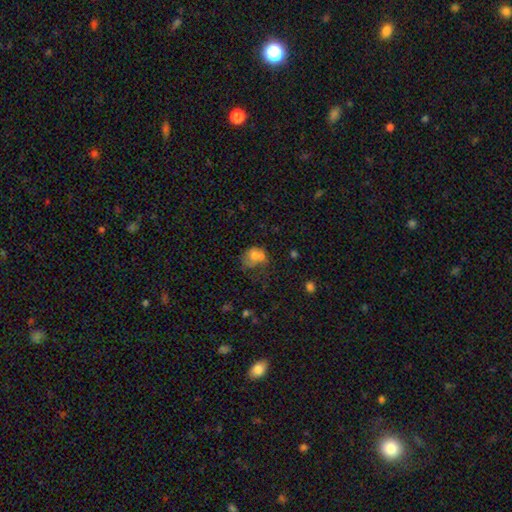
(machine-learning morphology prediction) Smooth or featured? Predicted: smooth (p=0.64). How rounded? Predicted: in between (p=0.52). Merging? Predicted: none (p=0.29).